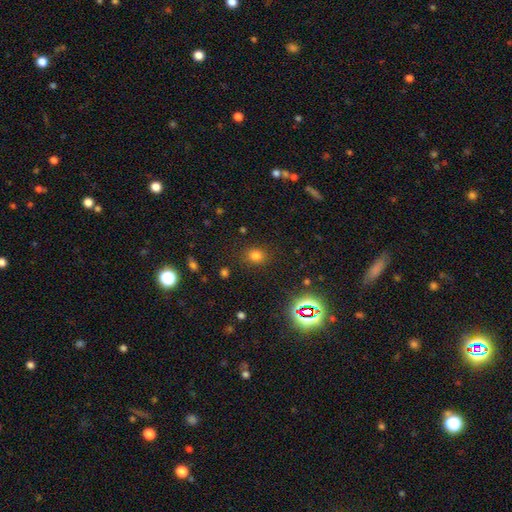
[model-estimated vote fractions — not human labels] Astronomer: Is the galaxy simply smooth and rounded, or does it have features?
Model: smooth — 74%.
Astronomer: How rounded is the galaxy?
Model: round — 62% (runner-up: in between, 37%).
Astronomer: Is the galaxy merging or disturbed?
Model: none — 84%.